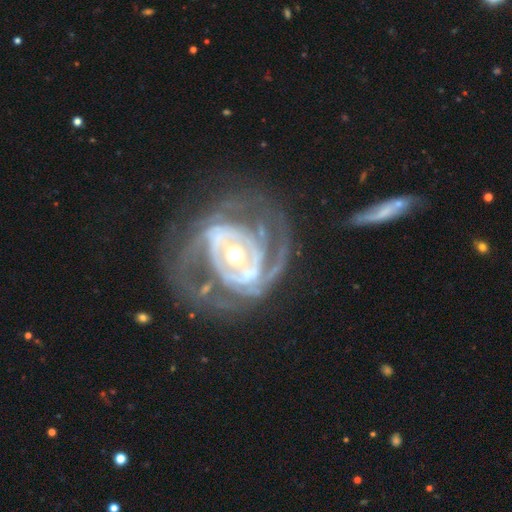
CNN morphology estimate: This appears to be a featured or disk galaxy (90%) with no bar (46%), 2 (35%) tight (53%) spiral arms (91%) and a moderate central bulge (69%). Merging: none (54%).